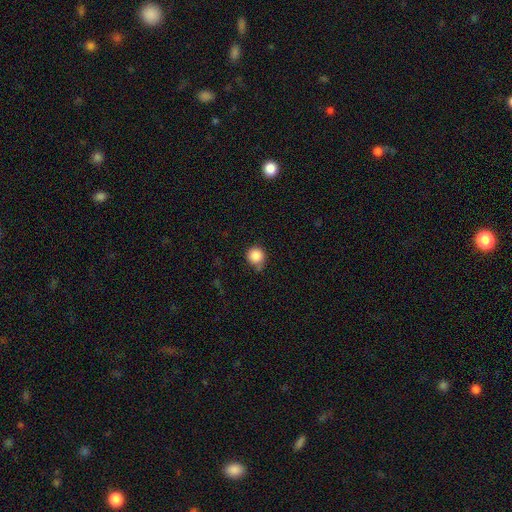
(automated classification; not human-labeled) Smooth or featured?
  - smooth: 86% *
  - star or artifact: 10%
  - featured or disk: 4%
How rounded?
  - round: 92% *
  - in between: 7%
  - cigar-shaped: 1%
Merging?
  - none: 63% *
  - minor disturbance: 26%
  - major disturbance: 5%
  - merger: 5%